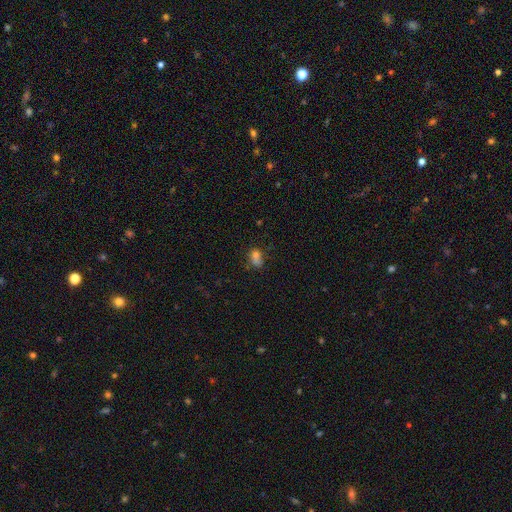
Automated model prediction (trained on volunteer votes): Smooth or featured: smooth — 71% (star or artifact — 15%)
How rounded: in between — 62% (round — 35%)
Merging: none — 39% (minor disturbance — 24%)